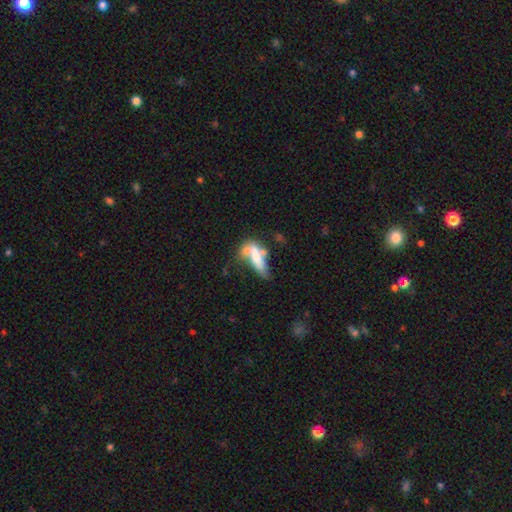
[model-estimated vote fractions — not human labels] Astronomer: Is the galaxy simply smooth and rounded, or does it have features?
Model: smooth — 54% (runner-up: featured or disk, 36%).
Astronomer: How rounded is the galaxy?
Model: in between — 51% (runner-up: cigar-shaped, 46%).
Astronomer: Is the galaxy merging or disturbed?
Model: merger — 37% (runner-up: major disturbance, 23%).